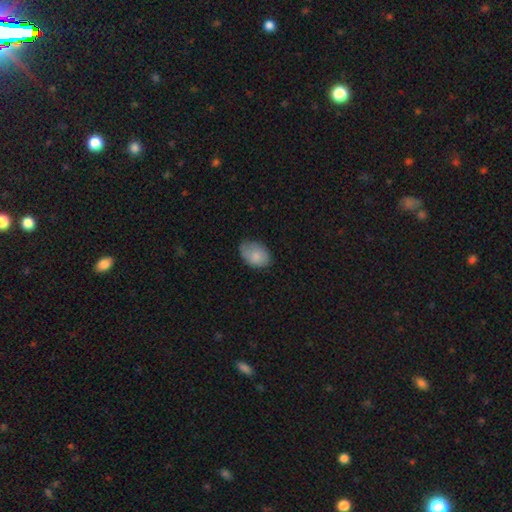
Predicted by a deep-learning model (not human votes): A smooth galaxy with no disk features (83%) that is in between round and cigar-shaped (83%). Merging: none (62%).